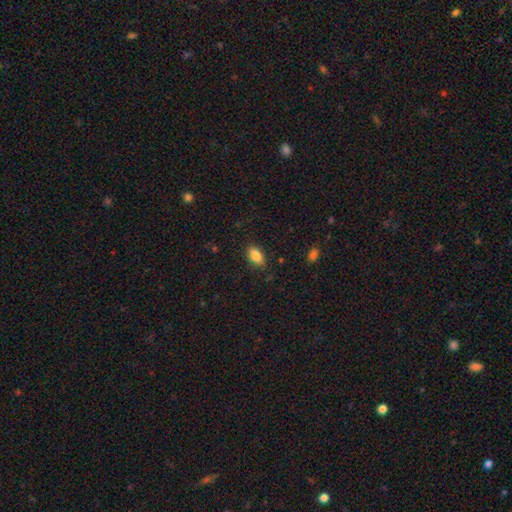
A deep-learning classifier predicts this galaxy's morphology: smooth-or-featured: smooth: 86% | star or artifact: 8% | featured or disk: 6%
  how-rounded: in between: 91% | round: 6% | cigar-shaped: 4%
  merging: none: 86% | minor disturbance: 10% | major disturbance: 3% | merger: 1%